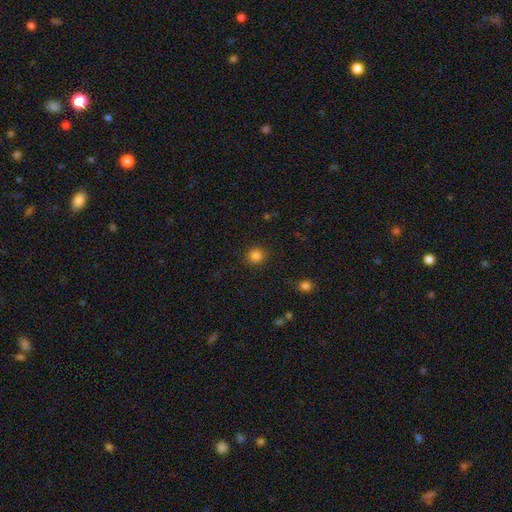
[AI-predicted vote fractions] A smooth galaxy with no disk features (84%) that is round (90%). Merging: none (91%).